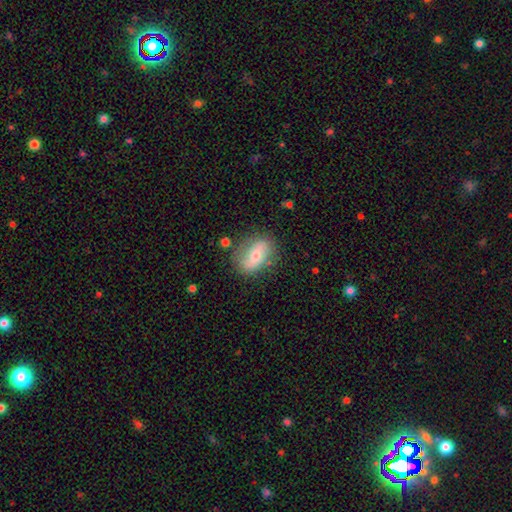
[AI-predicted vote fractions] Smooth or featured? smooth (48%)
Merging? none (73%)